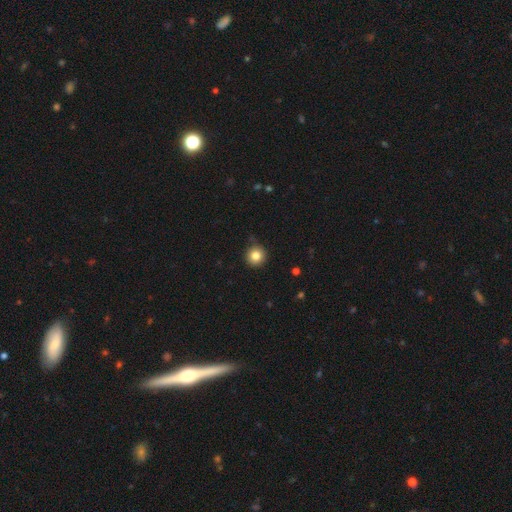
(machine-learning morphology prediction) Smooth or featured? Predicted: smooth (p=0.83). How rounded? Predicted: round (p=0.95). Merging? Predicted: none (p=0.83).